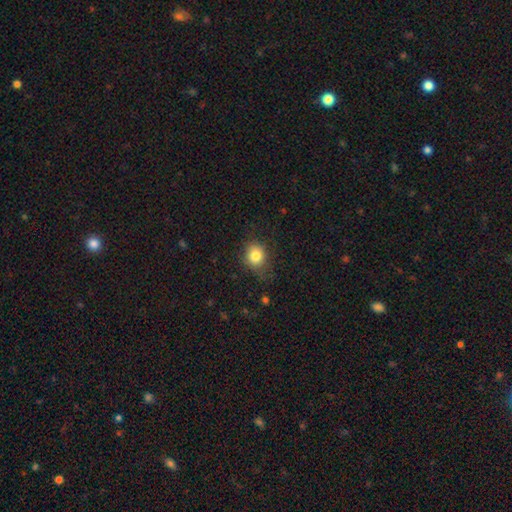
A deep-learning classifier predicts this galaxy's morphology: smooth 82%, star or artifact 11%, featured or disk 7%. Down the decision tree: how rounded — round (75%); merging — none (72%).